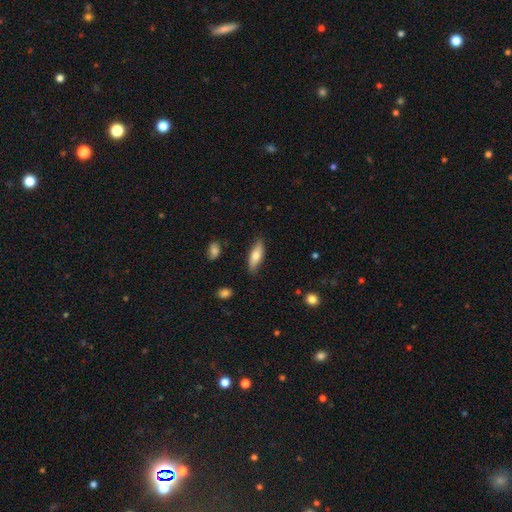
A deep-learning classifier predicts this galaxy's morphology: Smooth or featured: smooth — 73% (featured or disk — 21%)
How rounded: in between — 61% (cigar-shaped — 37%)
Merging: none — 82% (minor disturbance — 14%)